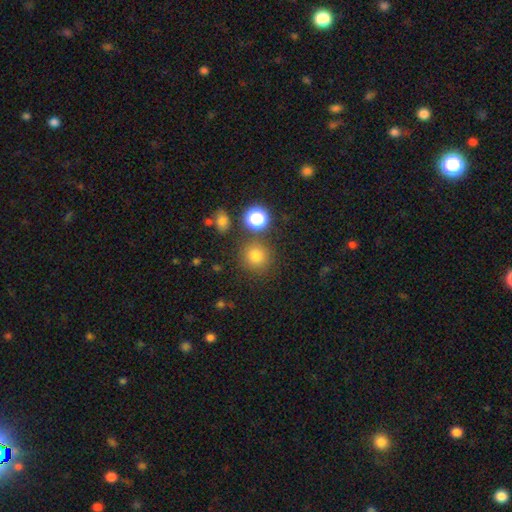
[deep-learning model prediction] smooth_or_featured: smooth (p=0.78) [alt: star or artifact p=0.15]
how_rounded: round (p=0.92) [alt: in between p=0.07]
merging: none (p=0.80) [alt: minor disturbance p=0.09]